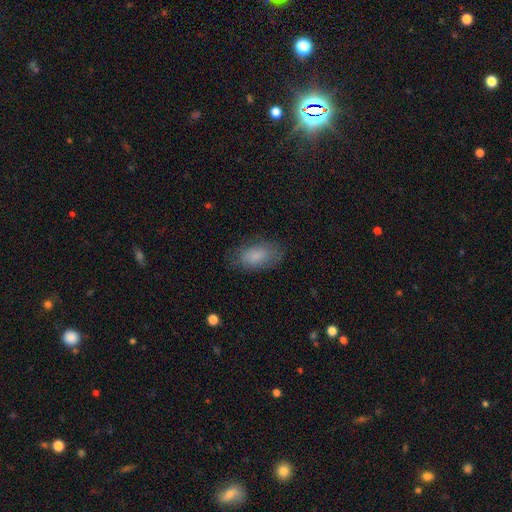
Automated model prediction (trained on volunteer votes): smooth_or_featured: smooth (p=0.82) [alt: featured or disk p=0.11]
how_rounded: in between (p=0.92) [alt: round p=0.05]
merging: none (p=0.77) [alt: minor disturbance p=0.17]